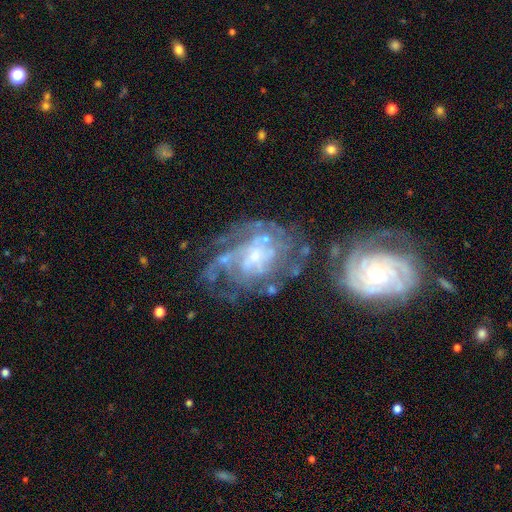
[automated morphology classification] Smooth or featured: featured or disk — 79% (smooth — 12%)
Edge-on disk: no — 97% (yes — 3%)
Bar: no — 67% (weak — 27%)
Spiral arms: yes — 76% (no — 24%)
Spiral winding: tight — 52% (medium — 32%)
Spiral arm count: can't tell — 50% (3 — 13%)
Bulge size: small — 65% (moderate — 17%)
Merging: none — 45% (major disturbance — 23%)